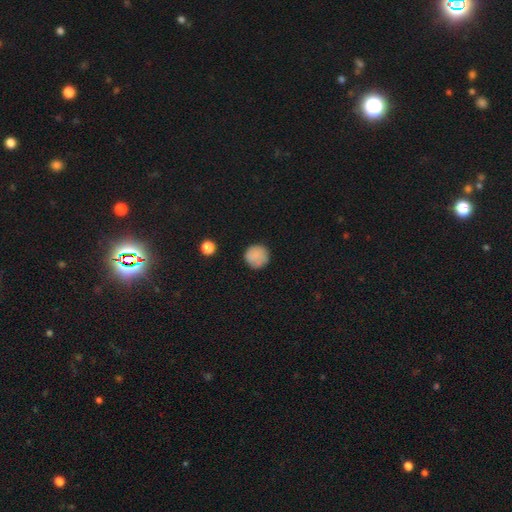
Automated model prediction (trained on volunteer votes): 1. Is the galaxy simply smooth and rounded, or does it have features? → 85% smooth, 9% star or artifact, 6% featured or disk.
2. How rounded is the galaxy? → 94% round, 5% in between, 1% cigar-shaped.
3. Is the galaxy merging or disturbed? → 86% none, 10% minor disturbance, 3% major disturbance, 1% merger.